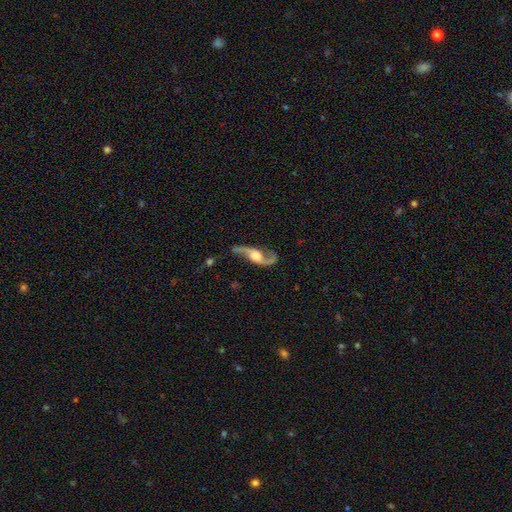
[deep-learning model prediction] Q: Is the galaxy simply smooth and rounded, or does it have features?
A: featured or disk — 89%.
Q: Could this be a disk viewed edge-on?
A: no — 89%.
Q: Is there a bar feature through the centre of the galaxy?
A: no — 58%.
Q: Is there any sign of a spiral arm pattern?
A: yes — 96%.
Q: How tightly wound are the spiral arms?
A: loose — 76%.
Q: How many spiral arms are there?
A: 2 — 93%.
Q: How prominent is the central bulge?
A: large — 42%.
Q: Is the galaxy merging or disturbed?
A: none — 72%.